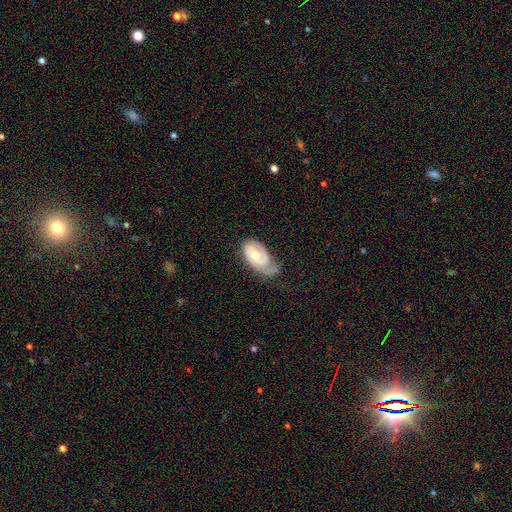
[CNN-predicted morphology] This is likely a featured or disk galaxy (69%). It is clearly not viewed edge-on (95%). Bar: likely no (64%). Spiral arm pattern: clearly yes (86%). Spiral arm count: possibly 1 (51%). Spiral winding: possibly tight (56%). Central bulge: likely moderate (69%). Merging: marginally none (39%).